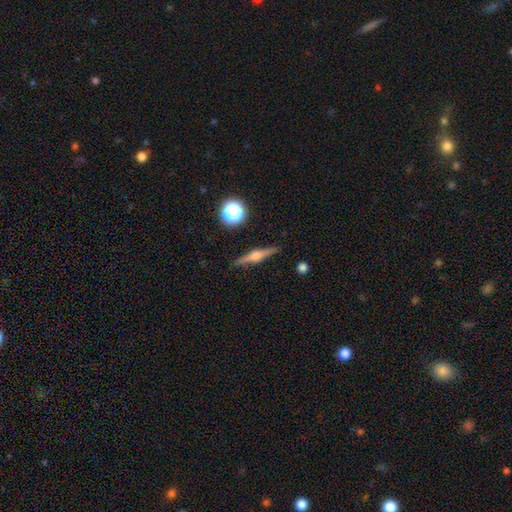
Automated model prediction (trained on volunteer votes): smooth_or_featured: featured or disk (p=0.70) [alt: smooth p=0.22]
disk_edge_on: yes (p=0.97) [alt: no p=0.03]
edge_on_bulge: rounded (p=0.85) [alt: boxy p=0.11]
merging: none (p=0.90) [alt: minor disturbance p=0.07]